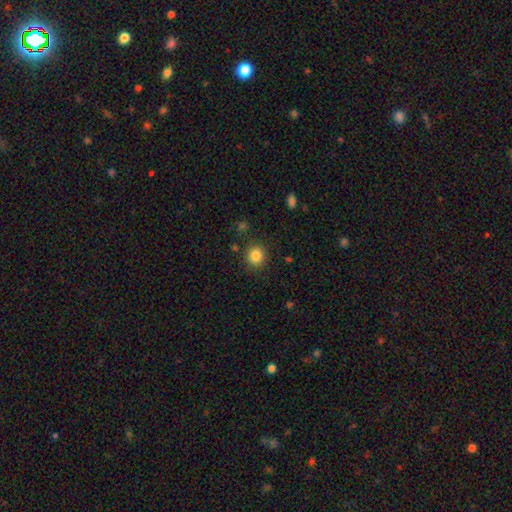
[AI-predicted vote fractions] Overall: smooth (84%). How rounded: round (85%). Merging: none (88%).